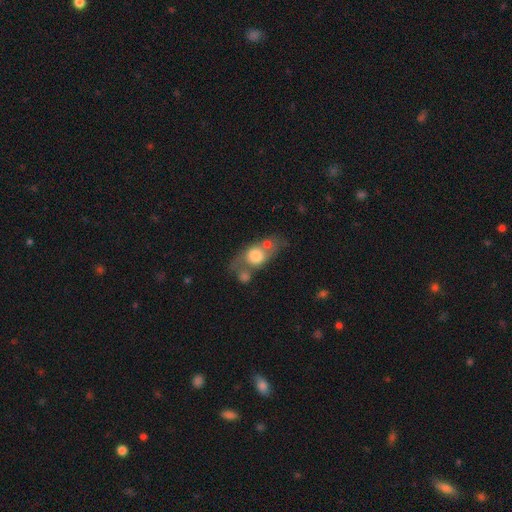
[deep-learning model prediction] Smooth or featured?
  - smooth: 61% *
  - featured or disk: 30%
  - star or artifact: 8%
How rounded?
  - in between: 55% *
  - round: 39%
  - cigar-shaped: 7%
Merging?
  - none: 36% *
  - merger: 35%
  - minor disturbance: 16%
  - major disturbance: 12%